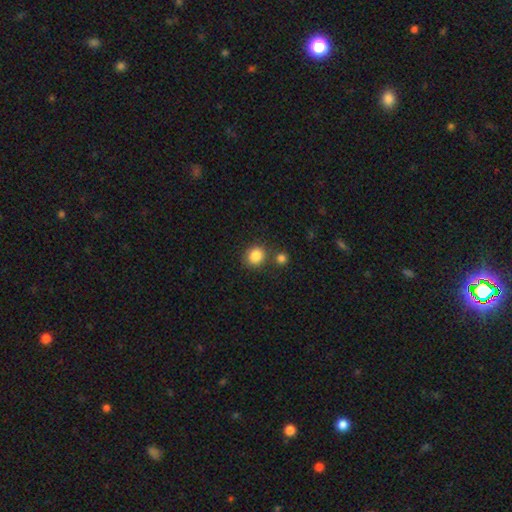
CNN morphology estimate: This appears to be a smooth galaxy with no disk features (85%) that is round (83%). Merging: none (75%).